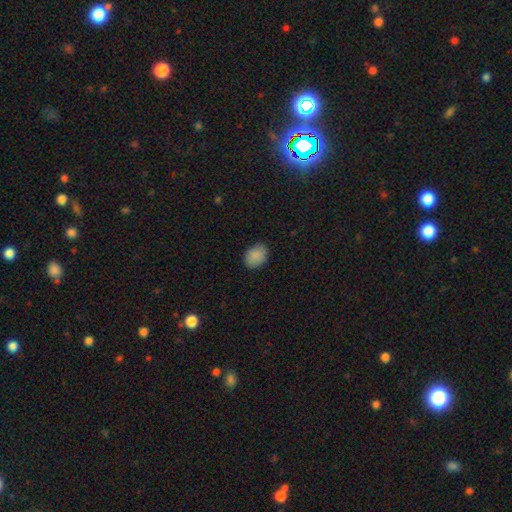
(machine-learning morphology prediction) Smooth or featured? smooth (88%)
How rounded? in between (70%)
Merging? none (85%)